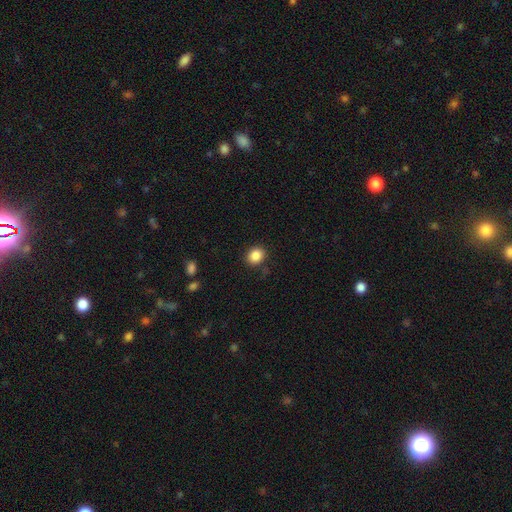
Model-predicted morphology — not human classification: Smooth or featured?
  - smooth: 86% *
  - star or artifact: 10%
  - featured or disk: 4%
How rounded?
  - round: 65% *
  - in between: 34%
  - cigar-shaped: 1%
Merging?
  - none: 87% *
  - minor disturbance: 9%
  - major disturbance: 3%
  - merger: 2%